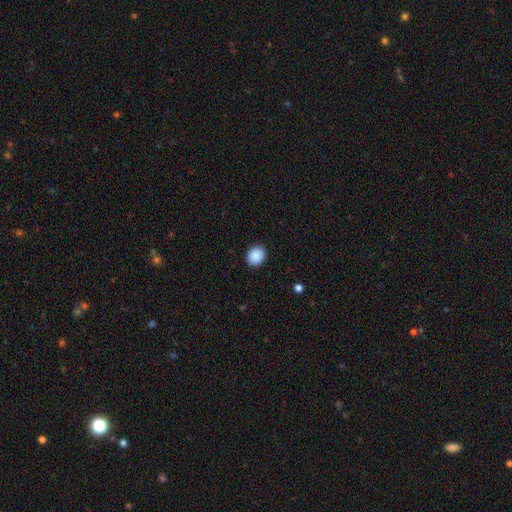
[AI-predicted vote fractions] smooth-or-featured: smooth: 89% | star or artifact: 8% | featured or disk: 3%
  how-rounded: round: 70% | in between: 30% | cigar-shaped: 1%
  merging: none: 91% | minor disturbance: 6% | major disturbance: 2% | merger: 1%